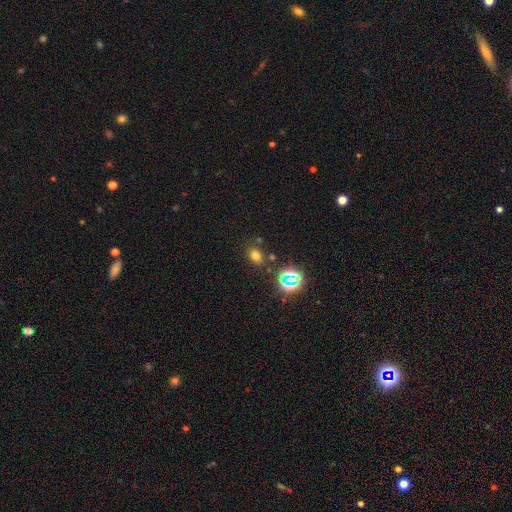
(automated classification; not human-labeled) This appears to be a smooth galaxy with no disk features (68%) that is in between round and cigar-shaped (62%). Merging: none (79%).